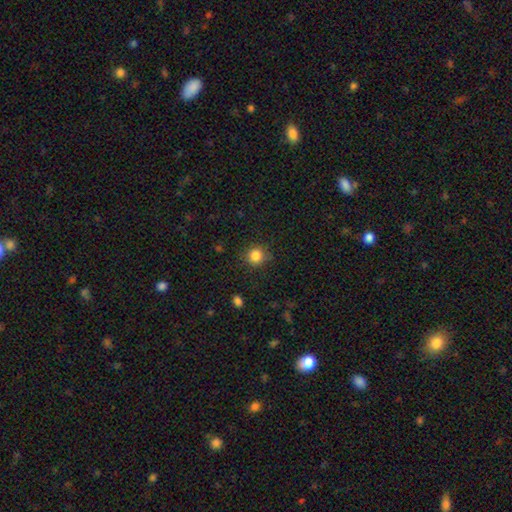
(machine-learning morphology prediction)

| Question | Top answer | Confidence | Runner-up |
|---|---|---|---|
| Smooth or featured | smooth | 84% | star or artifact (11%) |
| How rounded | round | 90% | in between (9%) |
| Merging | none | 85% | minor disturbance (10%) |